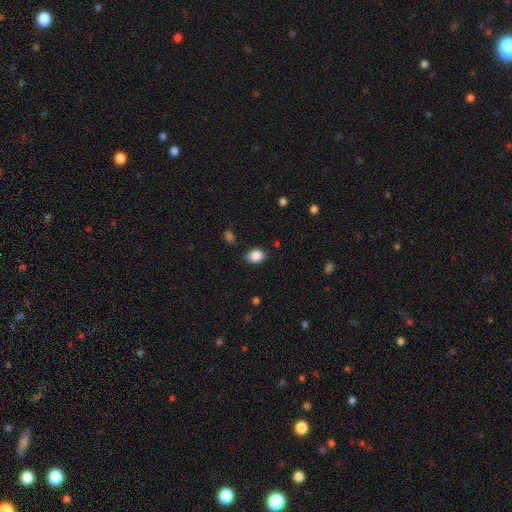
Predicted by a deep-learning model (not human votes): smooth-or-featured: smooth: 87% | star or artifact: 9% | featured or disk: 4%
  how-rounded: in between: 70% | round: 29% | cigar-shaped: 1%
  merging: none: 81% | minor disturbance: 14% | major disturbance: 3% | merger: 2%